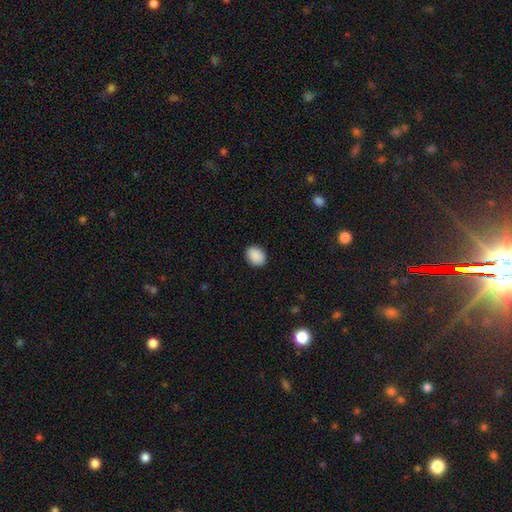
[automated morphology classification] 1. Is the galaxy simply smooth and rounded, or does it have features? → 90% smooth, 7% star or artifact, 3% featured or disk.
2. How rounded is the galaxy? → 53% in between, 46% round, 1% cigar-shaped.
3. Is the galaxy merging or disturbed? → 89% none, 8% minor disturbance, 2% major disturbance, 1% merger.